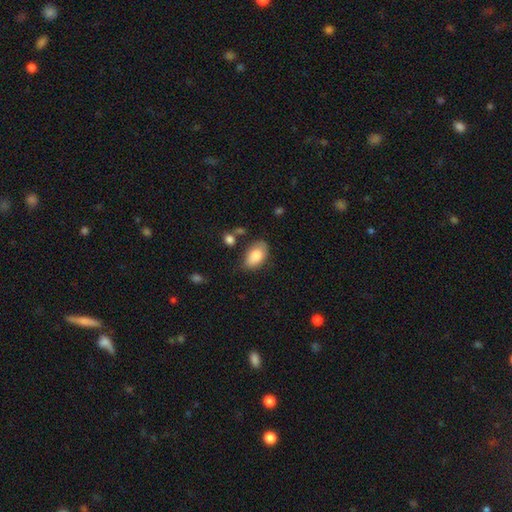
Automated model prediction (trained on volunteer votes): A smooth galaxy with no disk features (82%) that is in between round and cigar-shaped (92%).

Vote fractions:
- Smooth or featured? smooth: 82% / featured or disk: 11% / star or artifact: 7%
- How rounded? in between: 92% / round: 7% / cigar-shaped: 1%
- Merging? none: 67% / minor disturbance: 23% / major disturbance: 6% / merger: 5%